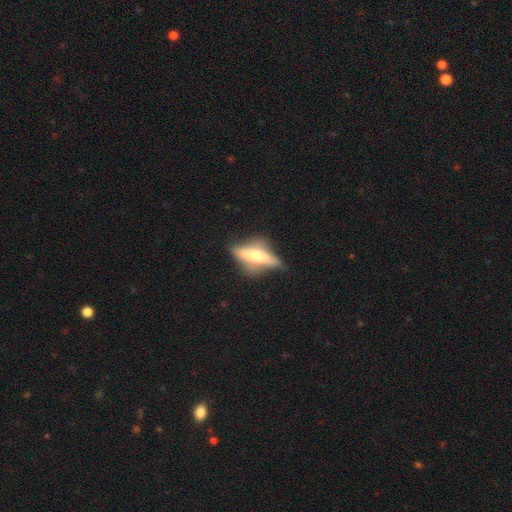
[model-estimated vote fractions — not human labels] Smooth or featured?
  - featured or disk: 51% *
  - smooth: 41%
  - star or artifact: 7%
Edge-on disk?
  - yes: 76% *
  - no: 24%
Merging?
  - none: 58% *
  - minor disturbance: 25%
  - major disturbance: 13%
  - merger: 4%